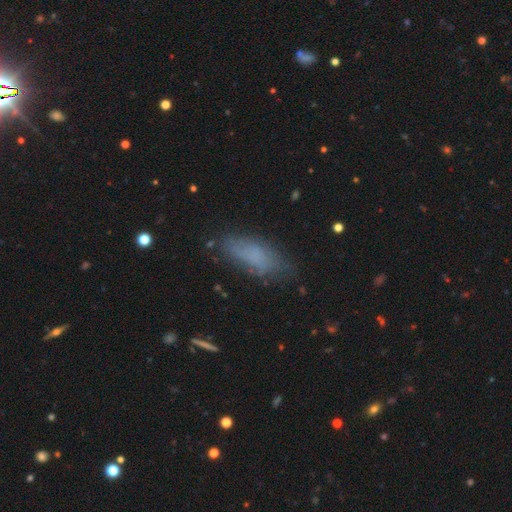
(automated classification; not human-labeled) The model was most divided on "smooth or featured": smooth: 67%, featured or disk: 22%, star or artifact: 11%. More confident: how rounded — in between (77%); merging — none (68%).